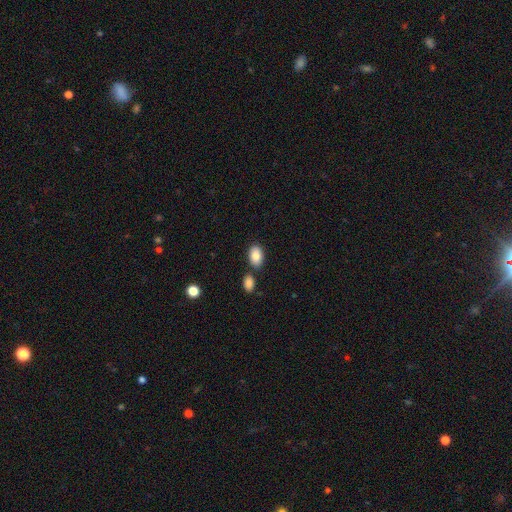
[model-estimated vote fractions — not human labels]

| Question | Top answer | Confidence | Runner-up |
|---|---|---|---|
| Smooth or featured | smooth | 86% | featured or disk (7%) |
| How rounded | in between | 90% | round (9%) |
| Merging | none | 73% | merger (14%) |